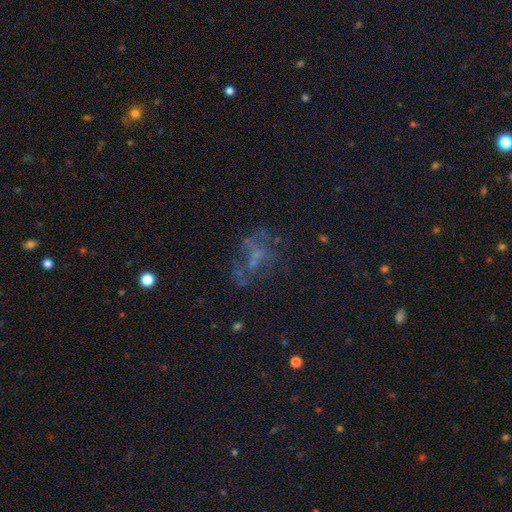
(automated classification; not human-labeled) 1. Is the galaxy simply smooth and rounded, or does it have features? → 48% featured or disk, 29% star or artifact, 23% smooth.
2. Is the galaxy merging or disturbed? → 47% none, 29% major disturbance, 16% minor disturbance, 8% merger.